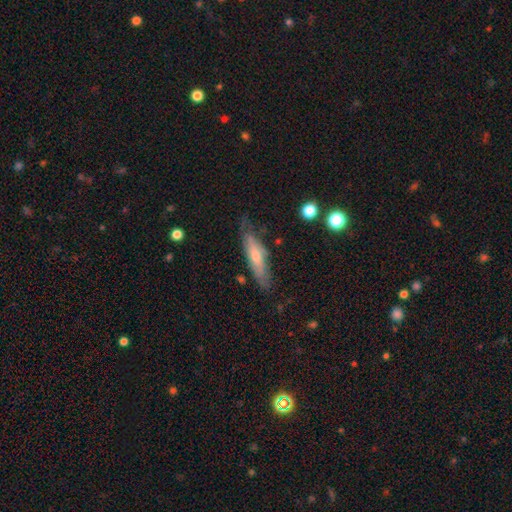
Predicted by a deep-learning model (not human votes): This appears to be a smooth galaxy with no disk features (50%) that is cigar-shaped (75%). Merging: none (72%).